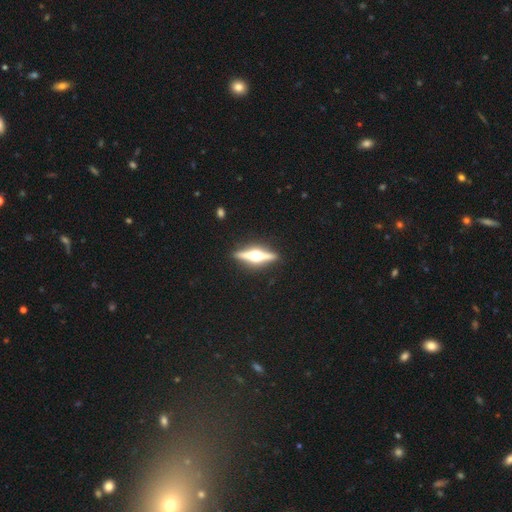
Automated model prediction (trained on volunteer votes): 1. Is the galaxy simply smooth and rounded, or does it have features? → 82% featured or disk, 13% smooth, 5% star or artifact.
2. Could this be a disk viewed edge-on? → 98% yes, 2% no.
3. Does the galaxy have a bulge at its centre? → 96% rounded, 3% boxy, 1% none.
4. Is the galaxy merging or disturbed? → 91% none, 6% minor disturbance, 2% major disturbance, 1% merger.